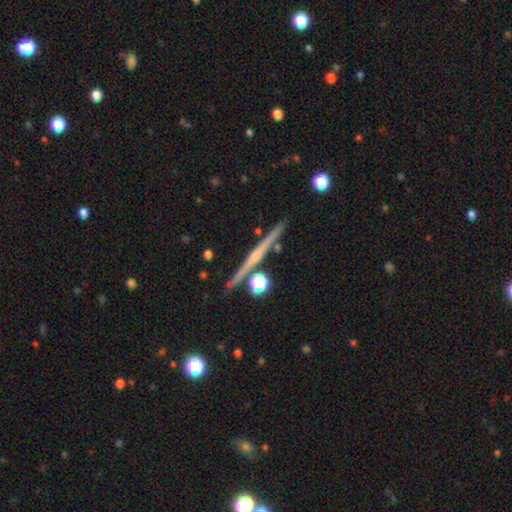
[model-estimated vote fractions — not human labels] smooth-or-featured: featured or disk: 72% | smooth: 21% | star or artifact: 7%
  disk-edge-on: yes: 98% | no: 2%
    edge-on-bulge: rounded: 50% | none: 42% | boxy: 8%
  merging: none: 87% | minor disturbance: 7% | merger: 4% | major disturbance: 2%